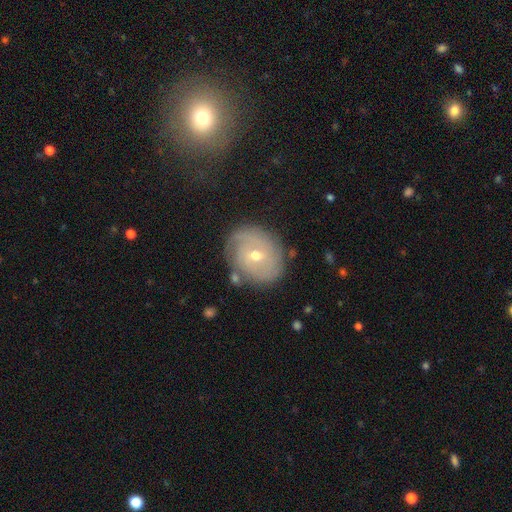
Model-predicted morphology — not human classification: Smooth or featured: featured or disk — 72% (smooth — 20%)
Edge-on disk: no — 97% (yes — 3%)
Bar: no — 61% (weak — 33%)
Spiral arms: yes — 86% (no — 14%)
Spiral winding: tight — 70% (medium — 23%)
Spiral arm count: can't tell — 40% (2 — 30%)
Bulge size: moderate — 52% (small — 45%)
Merging: none — 77% (minor disturbance — 15%)